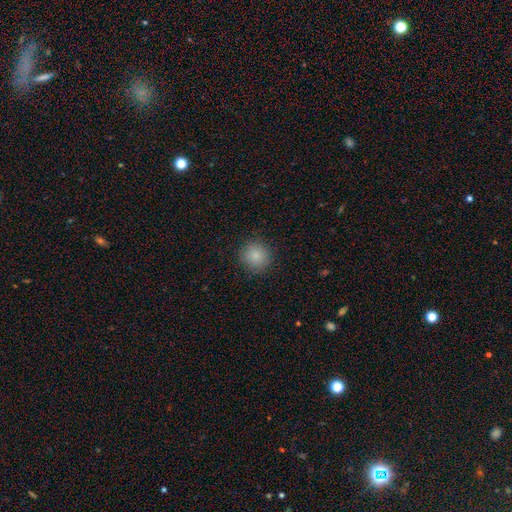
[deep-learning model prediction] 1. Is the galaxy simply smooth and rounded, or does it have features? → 85% smooth, 10% star or artifact, 5% featured or disk.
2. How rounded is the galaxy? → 93% round, 6% in between, 1% cigar-shaped.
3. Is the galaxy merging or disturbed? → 89% none, 7% minor disturbance, 2% major disturbance, 1% merger.